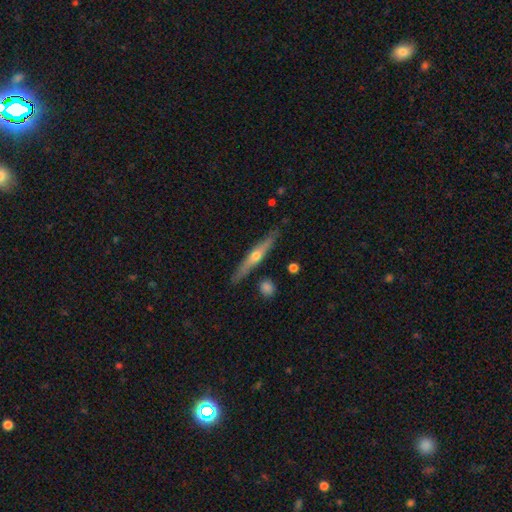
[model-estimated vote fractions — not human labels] A featured or disk galaxy (66%) viewed edge-on (96%) with a rounded central bulge (90%). Merging: none (86%).